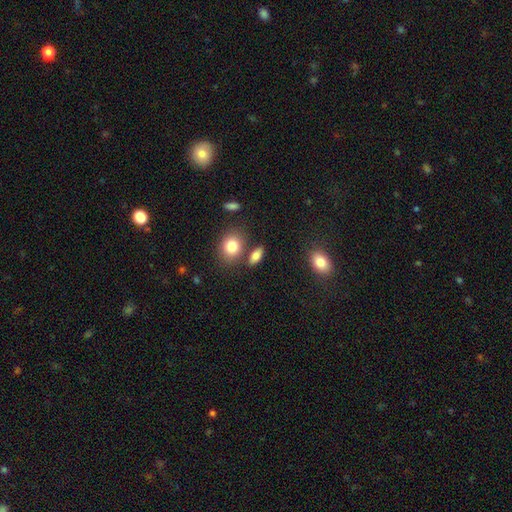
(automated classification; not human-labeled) This appears to be a smooth galaxy with no disk features (80%) that is in between round and cigar-shaped (74%). Merging: none (74%).